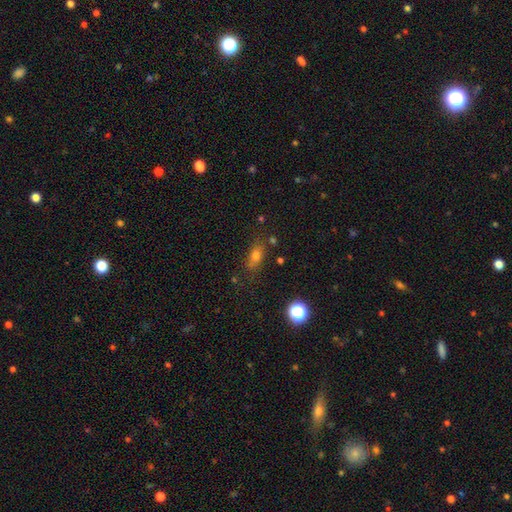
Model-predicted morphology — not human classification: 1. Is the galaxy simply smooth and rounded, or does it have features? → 66% smooth, 22% star or artifact, 13% featured or disk.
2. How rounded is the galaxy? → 63% in between, 25% round, 12% cigar-shaped.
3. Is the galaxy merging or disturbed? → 72% none, 16% minor disturbance, 6% merger, 6% major disturbance.